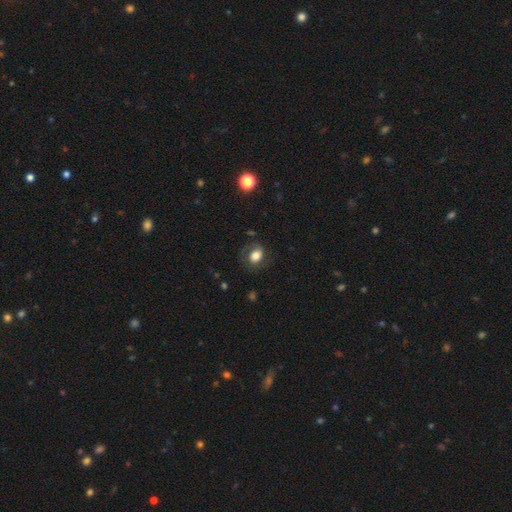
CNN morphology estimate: Smooth or featured? Predicted: smooth (p=0.63). How rounded? Predicted: in between (p=0.58). Merging? Predicted: none (p=0.64).